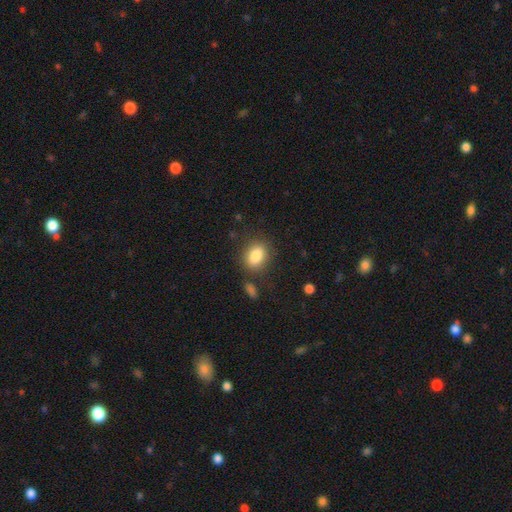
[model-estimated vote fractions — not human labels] A smooth galaxy with no disk features (85%) that is in between round and cigar-shaped (70%).

Vote fractions:
- Smooth or featured? smooth: 85% / star or artifact: 8% / featured or disk: 7%
- How rounded? in between: 70% / round: 28% / cigar-shaped: 2%
- Merging? none: 79% / minor disturbance: 12% / merger: 5% / major disturbance: 4%